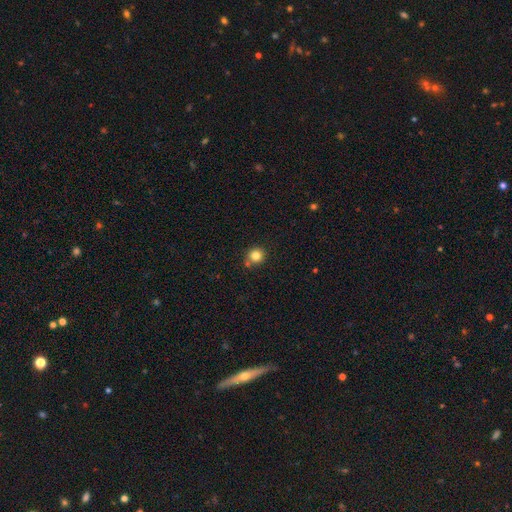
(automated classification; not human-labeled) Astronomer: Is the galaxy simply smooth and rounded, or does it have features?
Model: smooth — 82%.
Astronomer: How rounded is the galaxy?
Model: round — 89%.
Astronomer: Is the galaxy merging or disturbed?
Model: none — 74%.